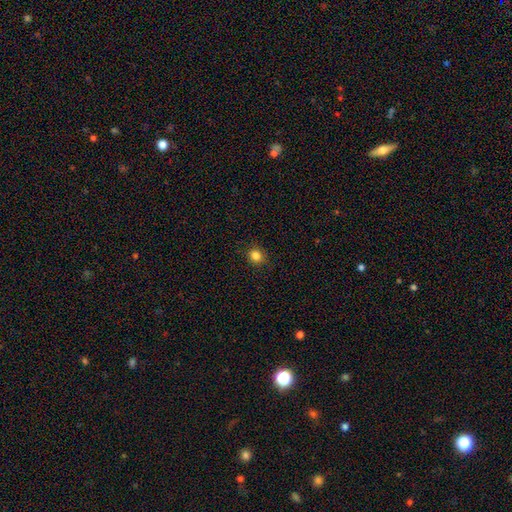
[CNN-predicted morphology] Overall: smooth (84%). How rounded: round (70%). Merging: none (88%).